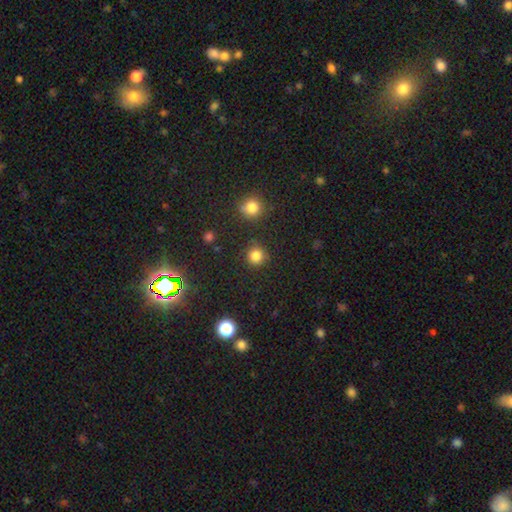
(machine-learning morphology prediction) This appears to be a smooth galaxy with no disk features (82%) that is round (93%). Merging: none (86%).